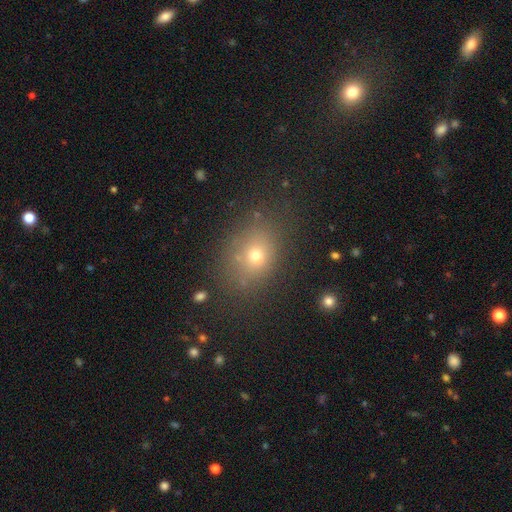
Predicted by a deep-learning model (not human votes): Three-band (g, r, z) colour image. It shows a smooth galaxy with no disk features (68%) that is in between round and cigar-shaped (60%). Merging: none (73%).